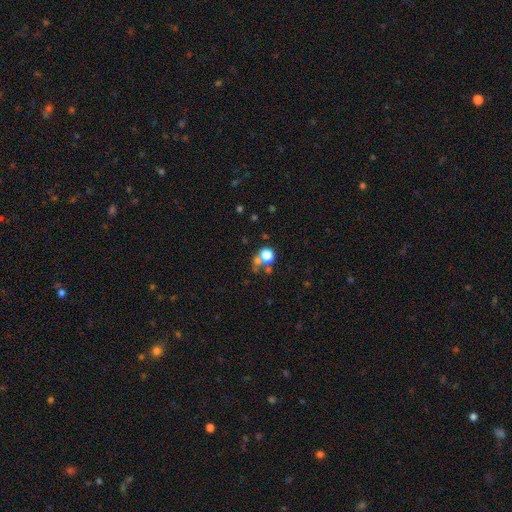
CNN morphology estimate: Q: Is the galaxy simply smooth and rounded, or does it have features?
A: smooth — 59%.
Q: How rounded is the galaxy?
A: round — 85%.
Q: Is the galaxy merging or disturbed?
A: none — 59%.